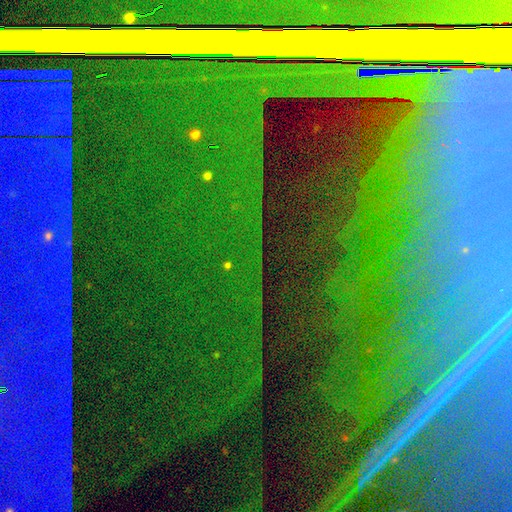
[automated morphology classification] The model was most divided on "smooth or featured": star or artifact: 88%, featured or disk: 7%, smooth: 5%.